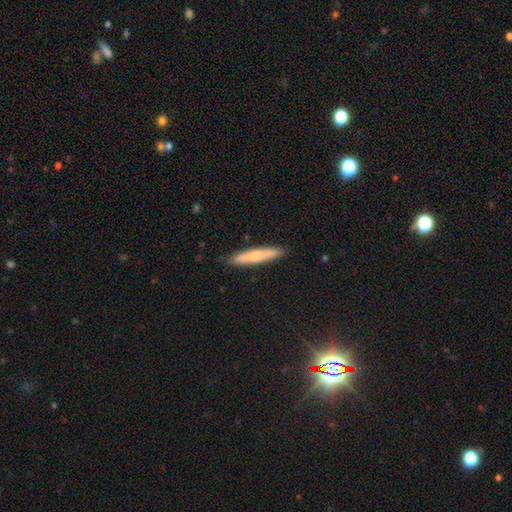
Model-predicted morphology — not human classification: This appears to be a smooth galaxy with no disk features (67%) that is cigar-shaped (92%). Merging: none (89%).